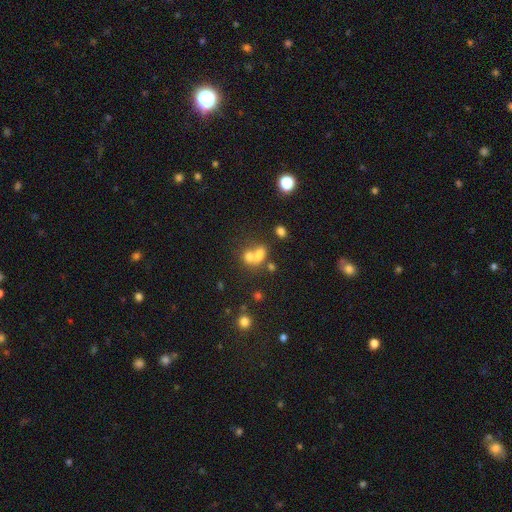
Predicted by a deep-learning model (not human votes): Smooth or featured? smooth (68%)
How rounded? in between (57%)
Merging? merger (63%)